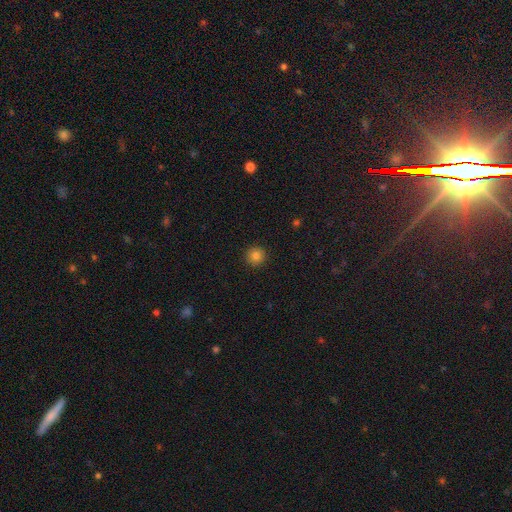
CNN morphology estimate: Q: Smooth or featured?
A: smooth (83%); runner-up: star or artifact (11%)
Q: How rounded?
A: round (95%); runner-up: in between (4%)
Q: Merging?
A: none (92%); runner-up: minor disturbance (5%)